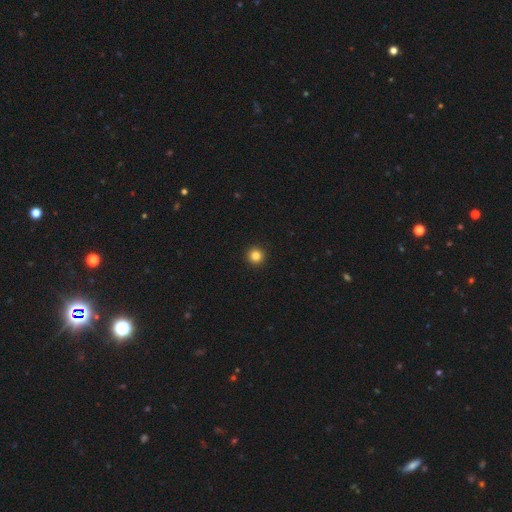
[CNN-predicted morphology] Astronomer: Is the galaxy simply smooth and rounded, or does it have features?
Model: smooth — 84%.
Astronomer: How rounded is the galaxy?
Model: round — 96%.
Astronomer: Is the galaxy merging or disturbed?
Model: none — 94%.